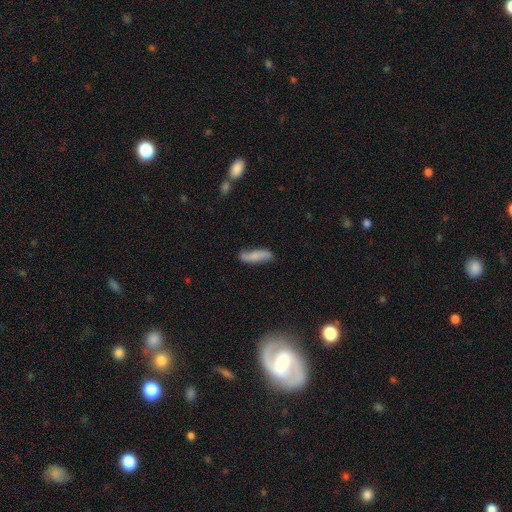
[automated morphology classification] A smooth galaxy with no disk features (63%) that is cigar-shaped (58%). Merging: none (71%).